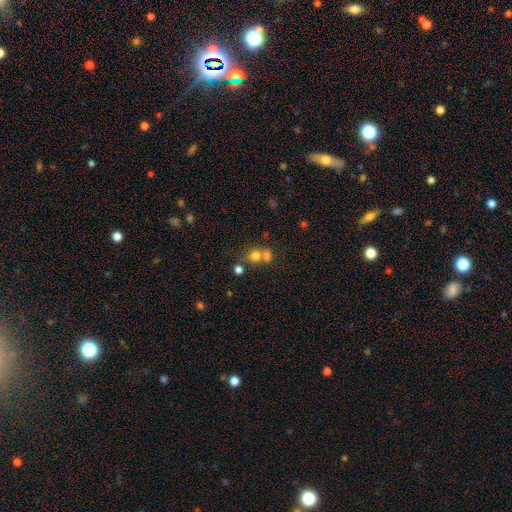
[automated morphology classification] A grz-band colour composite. It shows a smooth galaxy with no disk features (74%) that is round (75%). Merging: merger (49%).